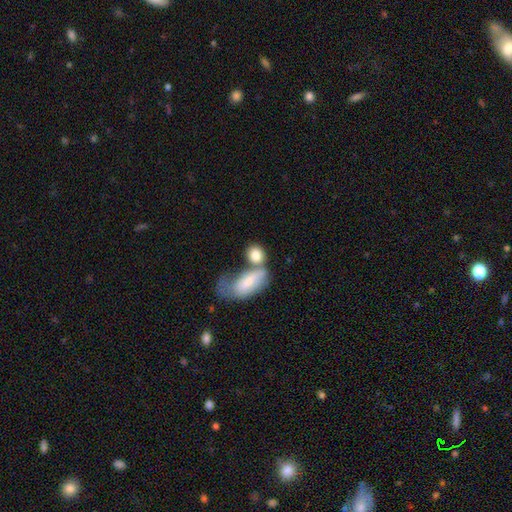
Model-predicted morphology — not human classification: This is clearly a smooth galaxy (80%). How rounded: possibly in between (49%). Merging: possibly merger (46%).